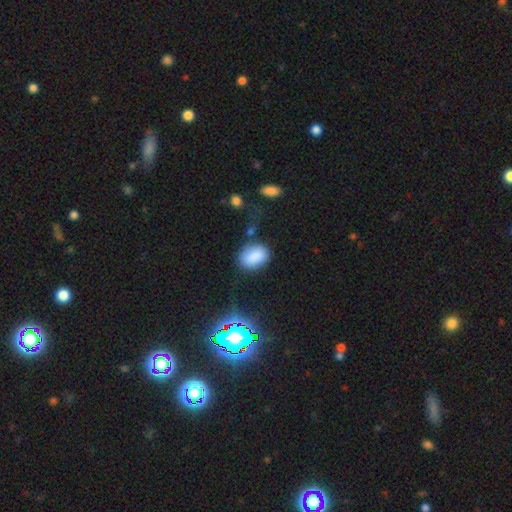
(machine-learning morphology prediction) Smooth or featured: smooth — 82% (star or artifact — 11%)
How rounded: in between — 73% (round — 25%)
Merging: none — 69% (minor disturbance — 18%)